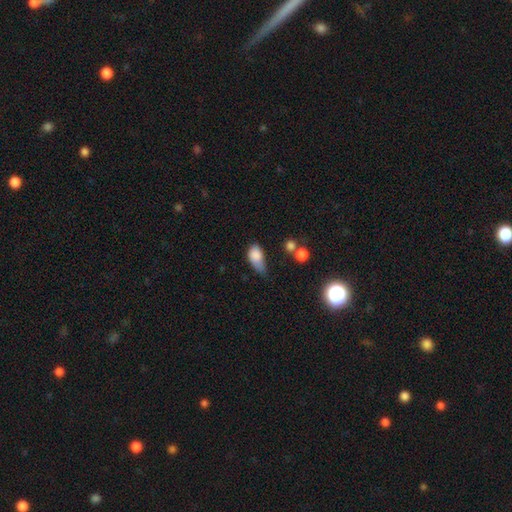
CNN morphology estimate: The model was most divided on "merging": minor disturbance: 46%, major disturbance: 24%, none: 24%, merger: 7%. More confident: how rounded — in between (87%); smooth or featured — smooth (81%).